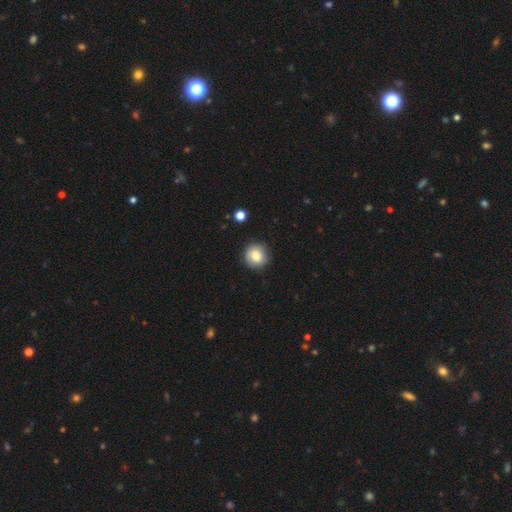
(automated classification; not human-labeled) Smooth or featured? Predicted: smooth (p=0.80). How rounded? Predicted: round (p=0.89). Merging? Predicted: none (p=0.82).